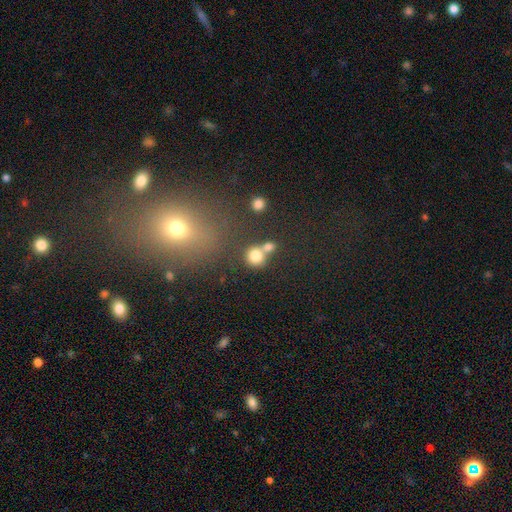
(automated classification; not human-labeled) Smooth or featured: smooth — 78% (star or artifact — 13%)
How rounded: round — 81% (in between — 18%)
Merging: merger — 44% (none — 42%)